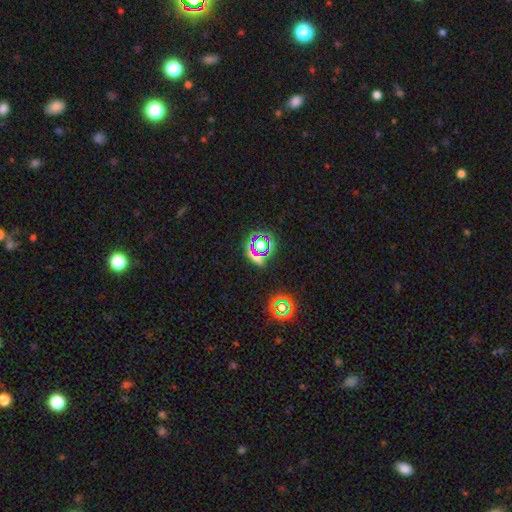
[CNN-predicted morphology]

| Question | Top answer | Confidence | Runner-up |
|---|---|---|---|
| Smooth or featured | star or artifact | 55% | smooth (33%) |